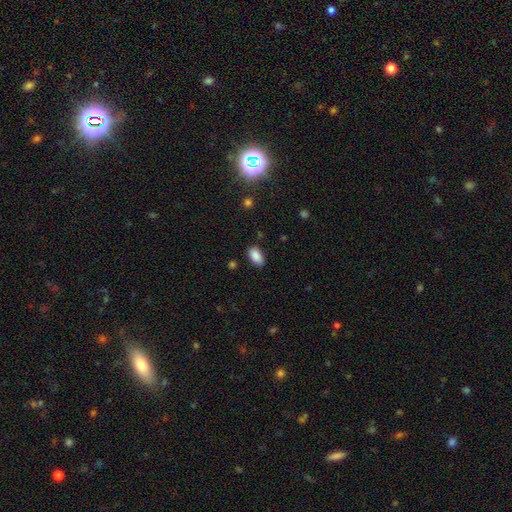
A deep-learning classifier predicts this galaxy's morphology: This is clearly a smooth galaxy (88%). How rounded: clearly in between (93%). Merging: clearly none (84%).